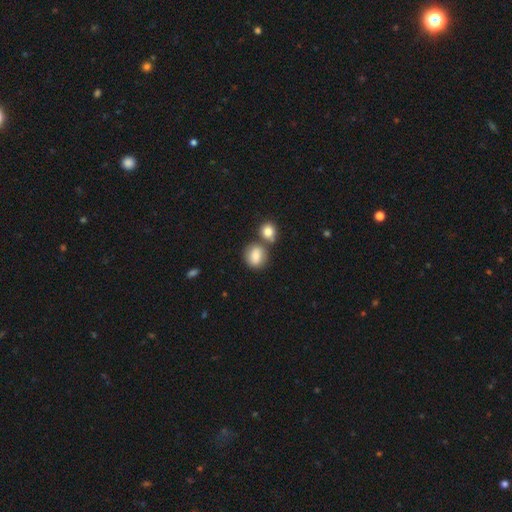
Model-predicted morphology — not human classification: The model was most divided on "merging": none: 58%, merger: 29%, minor disturbance: 10%, major disturbance: 3%. More confident: smooth or featured — smooth (80%); how rounded — round (76%).